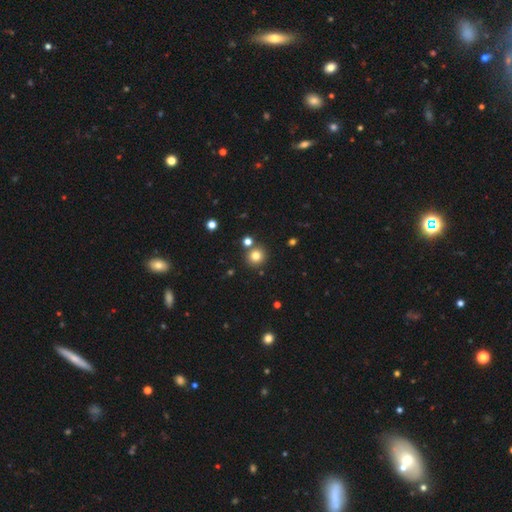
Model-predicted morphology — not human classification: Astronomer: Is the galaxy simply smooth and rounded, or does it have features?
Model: smooth — 79%.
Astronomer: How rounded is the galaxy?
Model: round — 92%.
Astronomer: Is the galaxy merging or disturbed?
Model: none — 81%.